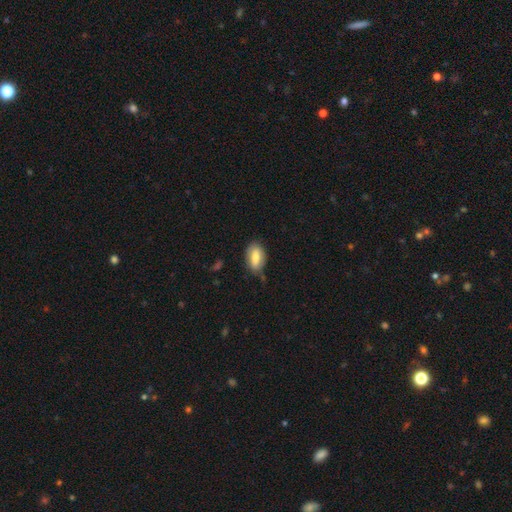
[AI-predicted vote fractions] Overall: smooth (74%). How rounded: in between (91%). Merging: none (70%).